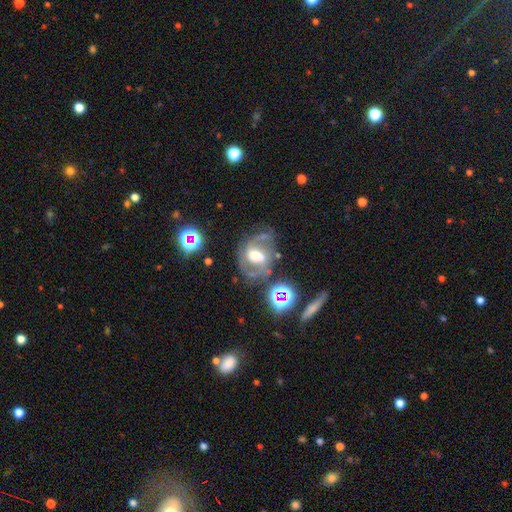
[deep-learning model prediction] Overall: featured or disk (73%). Edge-on disk: no (97%). Bar: weak (46%; strong 27%). Spiral arms: yes (85%). Spiral arm count: 2 (76%). Spiral winding: medium (52%; tight 26%). Bulge size: moderate (51%; large 28%). Merging: none (57%; minor disturbance 20%).